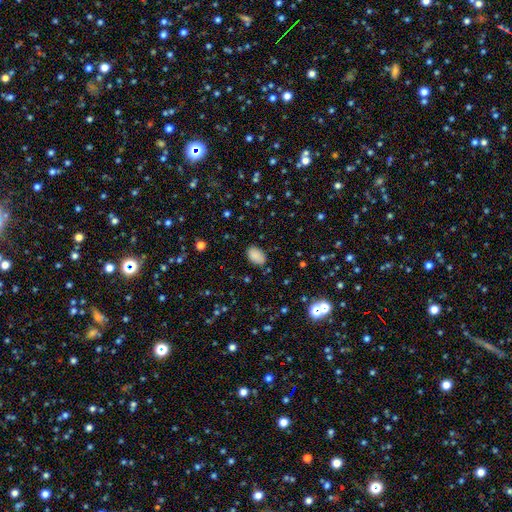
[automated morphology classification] Smooth or featured? Predicted: smooth (p=0.86). How rounded? Predicted: in between (p=0.90). Merging? Predicted: none (p=0.83).